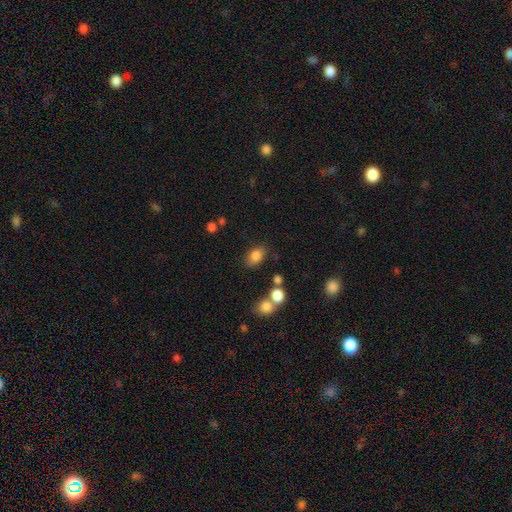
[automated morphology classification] type=smooth (83%); roundness=in between (83%); merging=none (75%).